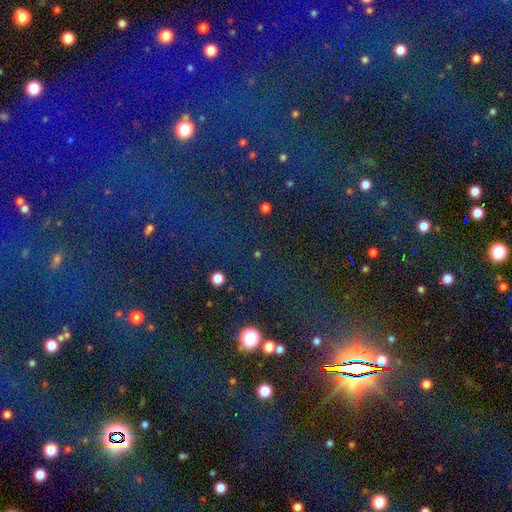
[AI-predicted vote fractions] Smooth or featured? star or artifact (83%)